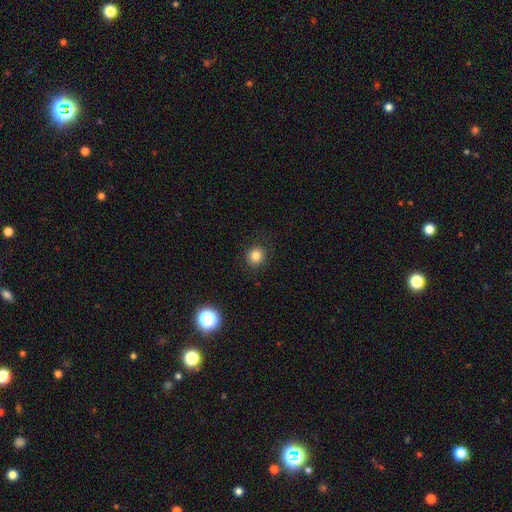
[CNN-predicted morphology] A smooth galaxy with no disk features (83%) that is round (88%).

Vote fractions:
- Smooth or featured? smooth: 83% / star or artifact: 12% / featured or disk: 5%
- How rounded? round: 88% / in between: 11% / cigar-shaped: 1%
- Merging? none: 87% / minor disturbance: 9% / major disturbance: 3% / merger: 1%